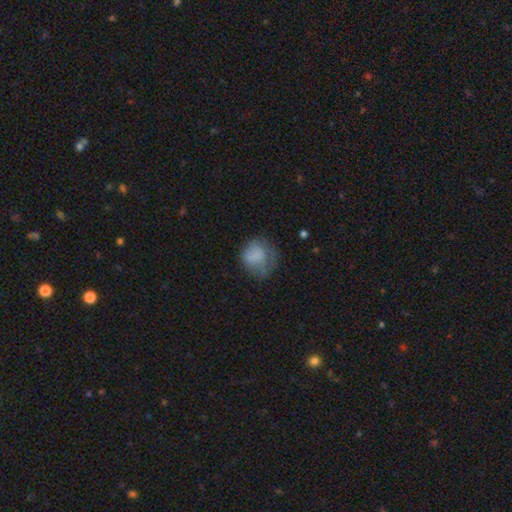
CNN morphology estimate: Overall: smooth (74%). How rounded: round (72%). Merging: none (41%; minor disturbance 30%).